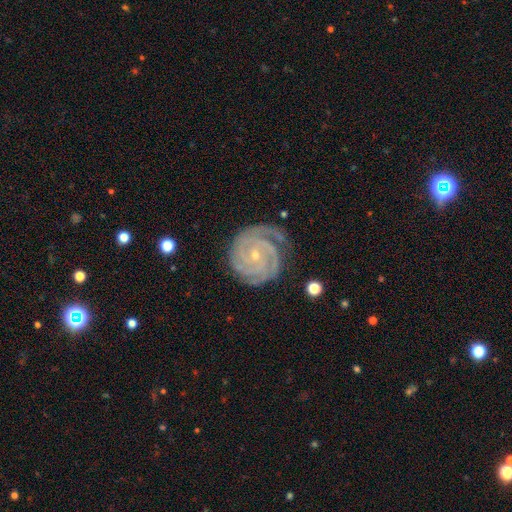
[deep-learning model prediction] Smooth or featured? Predicted: featured or disk (p=0.91). Edge-on disk? Predicted: no (p=0.98). Bar? Predicted: no (p=0.69). Spiral arms? Predicted: yes (p=0.99). Spiral winding? Predicted: tight (p=0.85). Spiral arm count? Predicted: 3 (p=0.40). Bulge size? Predicted: small (p=0.80). Merging? Predicted: none (p=0.77).